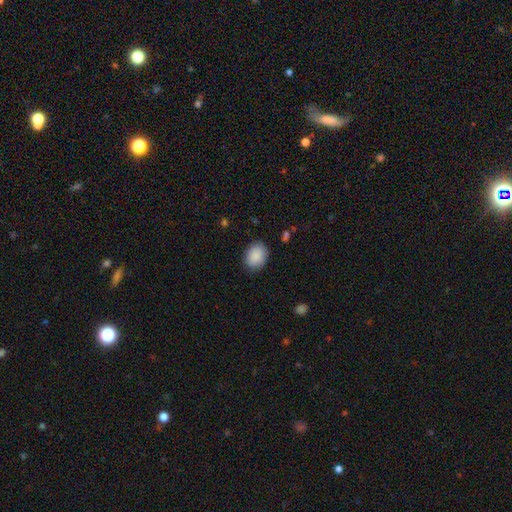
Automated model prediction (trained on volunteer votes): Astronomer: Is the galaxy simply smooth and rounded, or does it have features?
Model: smooth — 90%.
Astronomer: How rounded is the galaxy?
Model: in between — 63%.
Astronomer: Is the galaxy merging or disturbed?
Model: none — 85%.